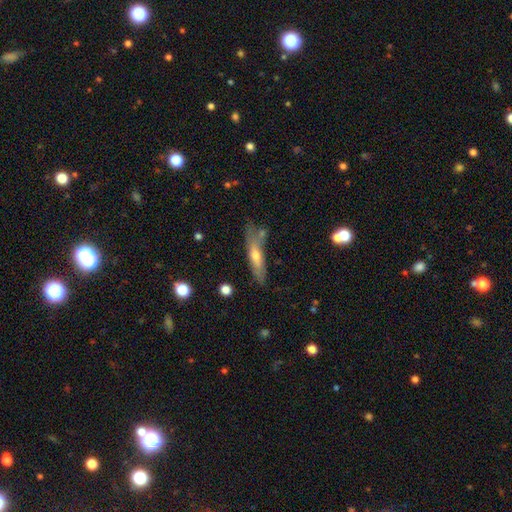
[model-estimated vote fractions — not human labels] Smooth or featured? smooth (48%)
Merging? none (60%)